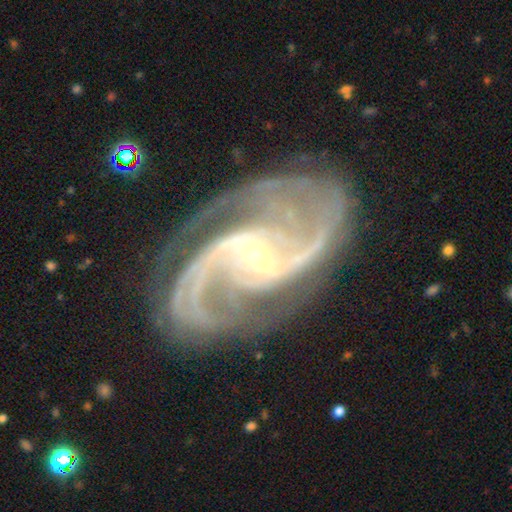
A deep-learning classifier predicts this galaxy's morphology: Smooth or featured?
  - featured or disk: 93% *
  - star or artifact: 5%
  - smooth: 2%
Edge-on disk?
  - no: 98% *
  - yes: 2%
Bar?
  - no: 42% *
  - weak: 36%
  - strong: 22%
Spiral arms?
  - yes: 99% *
  - no: 1%
Spiral winding?
  - medium: 55% *
  - loose: 23%
  - tight: 22%
Spiral arm count?
  - 2: 67% *
  - 3: 12%
  - can't tell: 6%
  - 4: 5%
  - more than 4: 5%
  - 1: 5%
Bulge size?
  - small: 78% *
  - moderate: 19%
  - large: 1%
  - none: 1%
  - dominant: 1%
Merging?
  - none: 76% *
  - minor disturbance: 15%
  - major disturbance: 7%
  - merger: 2%